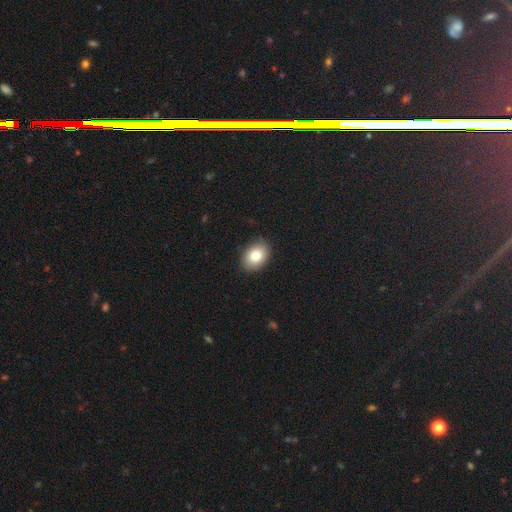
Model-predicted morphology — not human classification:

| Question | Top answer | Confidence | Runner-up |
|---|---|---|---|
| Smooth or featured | smooth | 82% | featured or disk (10%) |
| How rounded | in between | 76% | round (23%) |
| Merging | none | 85% | minor disturbance (11%) |